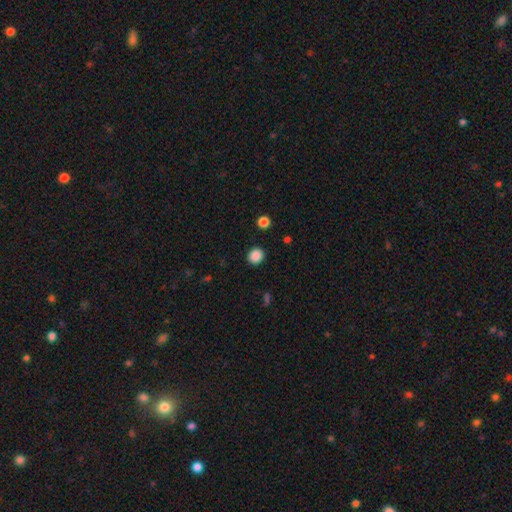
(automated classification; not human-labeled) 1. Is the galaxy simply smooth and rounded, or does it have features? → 88% smooth, 10% star or artifact, 3% featured or disk.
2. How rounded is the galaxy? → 79% round, 20% in between, 1% cigar-shaped.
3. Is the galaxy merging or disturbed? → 91% none, 6% minor disturbance, 2% major disturbance, 1% merger.